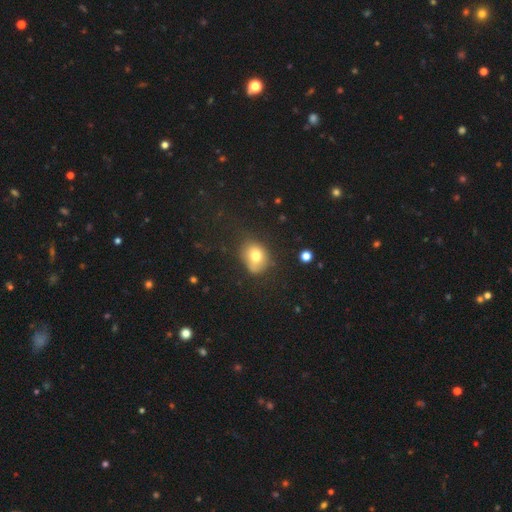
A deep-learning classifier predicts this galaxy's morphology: A smooth galaxy with no disk features (75%) that is round (52%). Merging: none (60%).